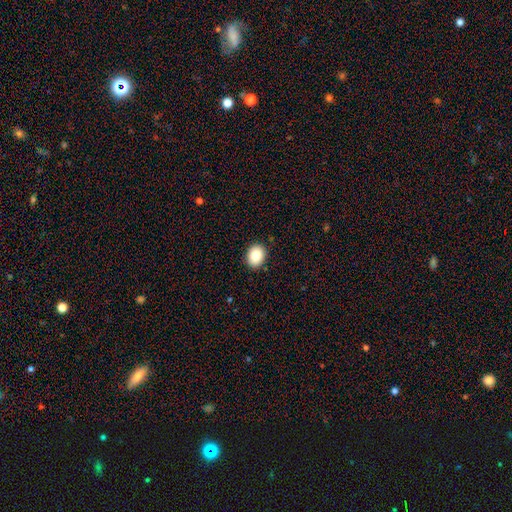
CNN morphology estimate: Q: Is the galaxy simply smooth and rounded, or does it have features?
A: smooth — 87%.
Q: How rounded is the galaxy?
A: in between — 55%.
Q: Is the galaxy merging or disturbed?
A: none — 90%.